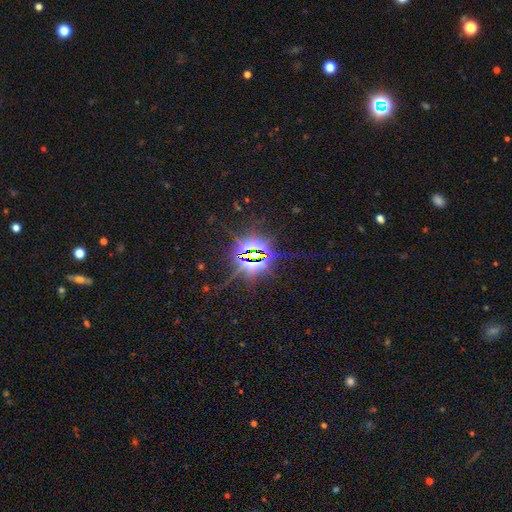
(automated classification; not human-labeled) Smooth or featured? star or artifact (85%)